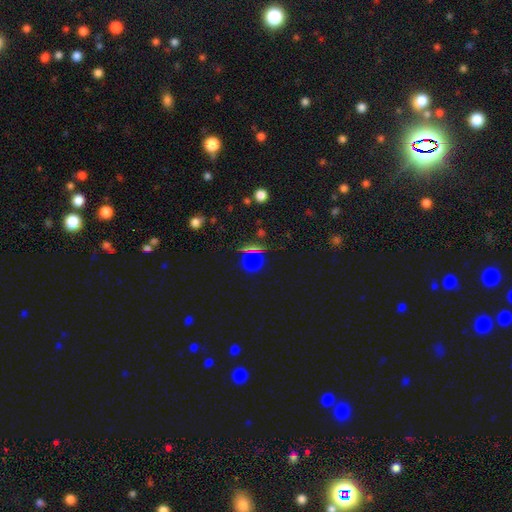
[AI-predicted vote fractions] Smooth or featured: smooth — 56% (star or artifact — 34%)
How rounded: round — 78% (in between — 15%)
Merging: none — 72% (merger — 13%)